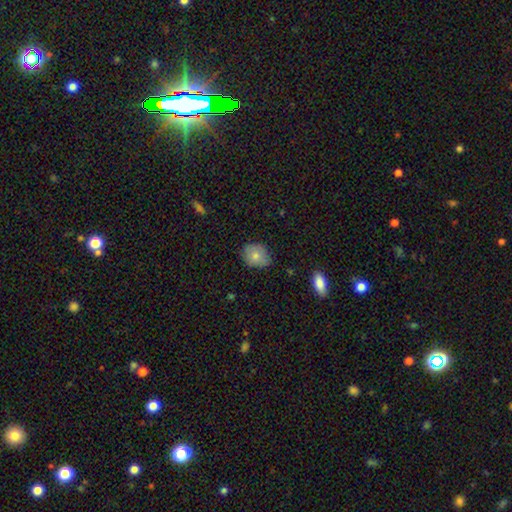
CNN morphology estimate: This appears to be a smooth galaxy with no disk features (77%) that is round (51%). Merging: none (71%).